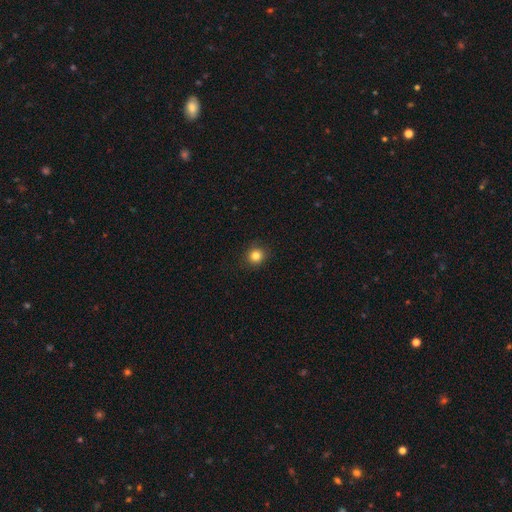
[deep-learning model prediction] smooth 83%, star or artifact 12%, featured or disk 5%. Down the decision tree: how rounded — round (89%); merging — none (91%).